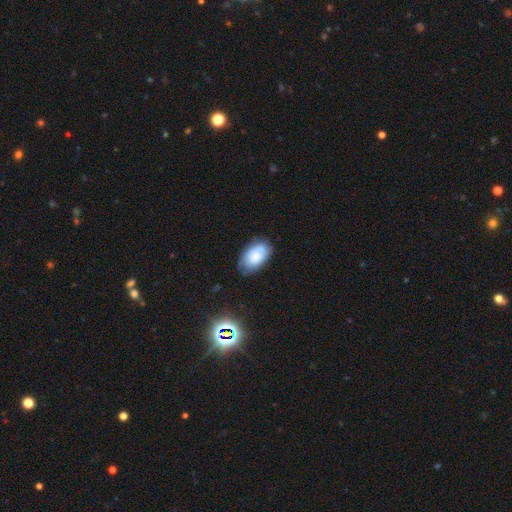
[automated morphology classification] A smooth galaxy with no disk features (74%) that is in between round and cigar-shaped (93%). Merging: none (65%).